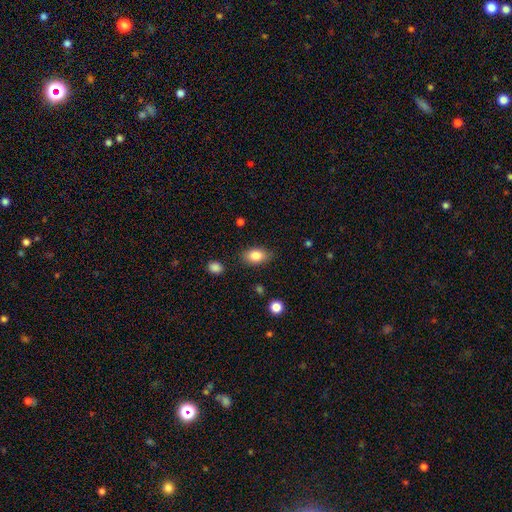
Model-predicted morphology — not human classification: smooth_or_featured: smooth (p=0.83) [alt: featured or disk p=0.09]
how_rounded: in between (p=0.84) [alt: round p=0.14]
merging: none (p=0.82) [alt: minor disturbance p=0.13]